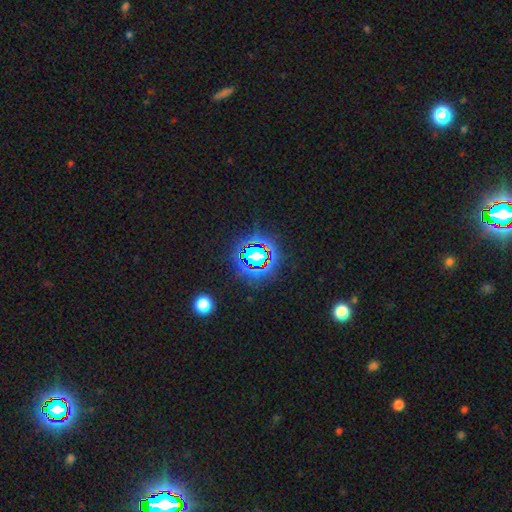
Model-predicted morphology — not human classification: Q: Smooth or featured?
A: star or artifact (68%); runner-up: smooth (19%)